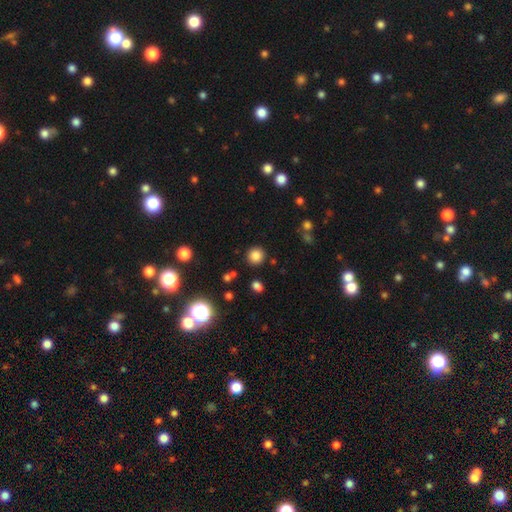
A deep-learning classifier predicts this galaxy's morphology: smooth-or-featured: smooth: 82% | star or artifact: 13% | featured or disk: 5%
  how-rounded: round: 92% | in between: 7% | cigar-shaped: 1%
  merging: none: 89% | minor disturbance: 6% | merger: 3% | major disturbance: 2%